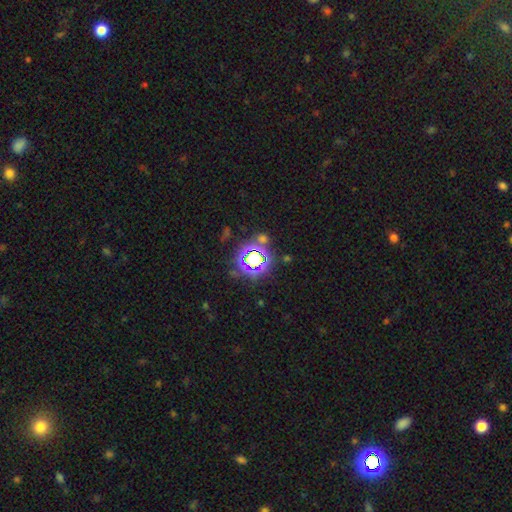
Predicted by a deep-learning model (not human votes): The model was most divided on "smooth or featured": star or artifact: 67%, smooth: 23%, featured or disk: 11%.